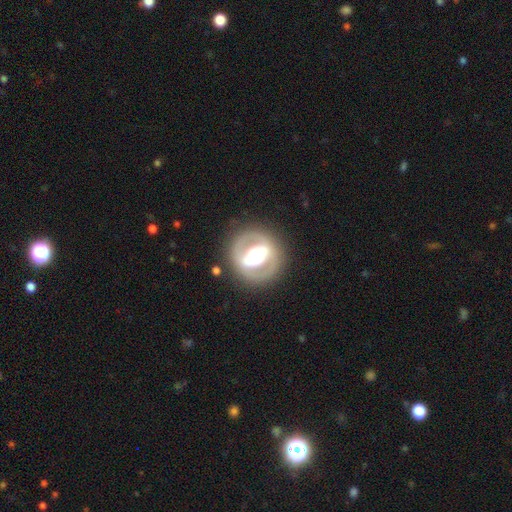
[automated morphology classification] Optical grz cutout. It shows a featured or disk galaxy (73%) with a strong bar (65%), no spiral arms (69%) and a large central bulge (43%). Merging: none (82%).